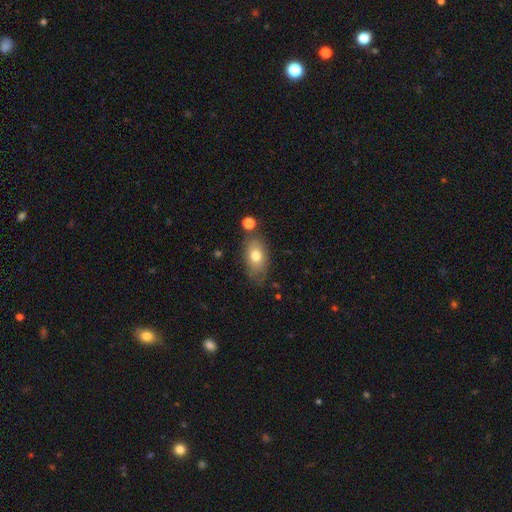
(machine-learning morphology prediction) Smooth or featured? Predicted: smooth (p=0.76). How rounded? Predicted: in between (p=0.87). Merging? Predicted: none (p=0.69).